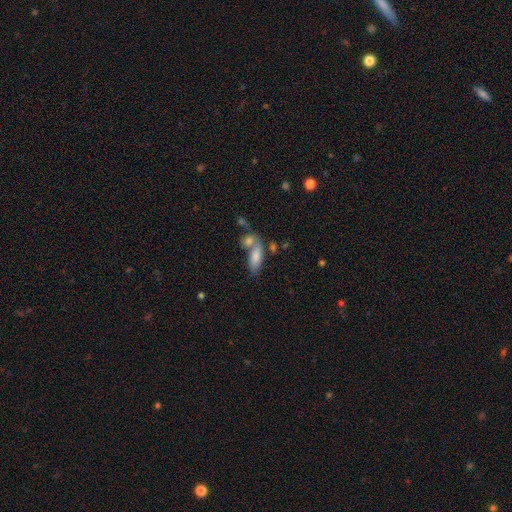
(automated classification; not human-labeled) A smooth galaxy with no disk features (79%) that is in between round and cigar-shaped (76%). Merging: none (41%).